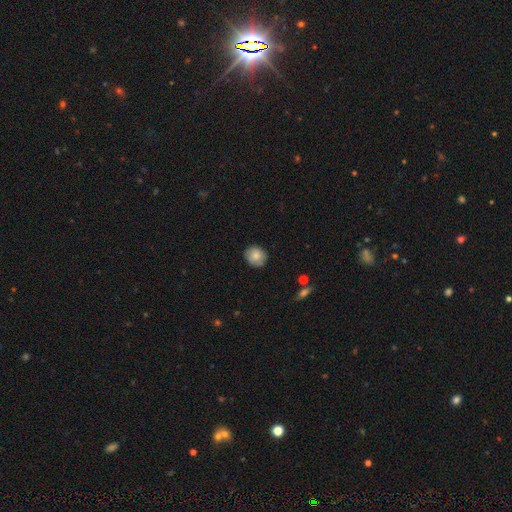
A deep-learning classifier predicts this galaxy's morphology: Smooth or featured?
  - smooth: 81% *
  - featured or disk: 12%
  - star or artifact: 8%
How rounded?
  - round: 86% *
  - in between: 13%
  - cigar-shaped: 1%
Merging?
  - none: 84% *
  - minor disturbance: 12%
  - major disturbance: 2%
  - merger: 1%